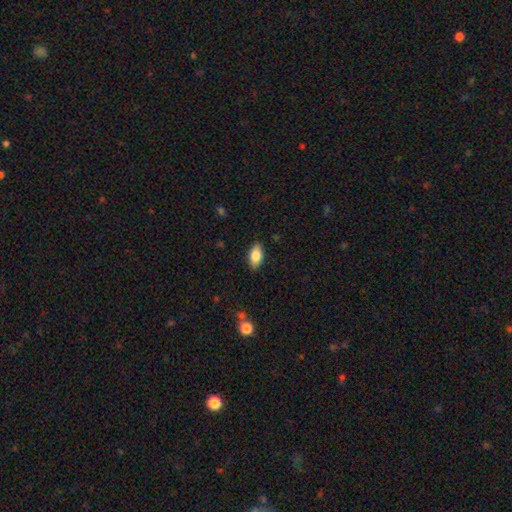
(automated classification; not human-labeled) smooth_or_featured: smooth (p=0.83) [alt: featured or disk p=0.10]
how_rounded: in between (p=0.91) [alt: cigar-shaped p=0.05]
merging: none (p=0.87) [alt: minor disturbance p=0.10]